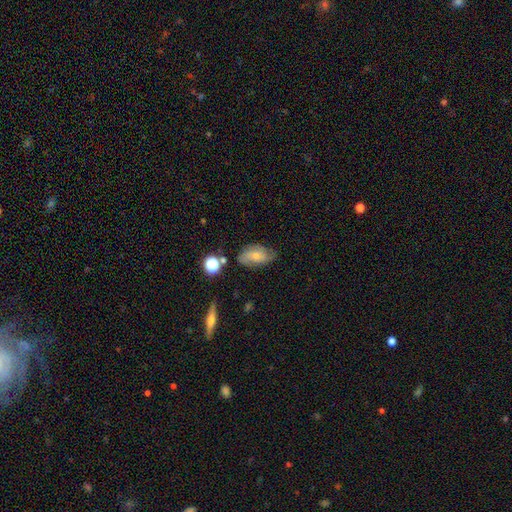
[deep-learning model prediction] Smooth or featured? smooth (46%)
Merging? none (59%)